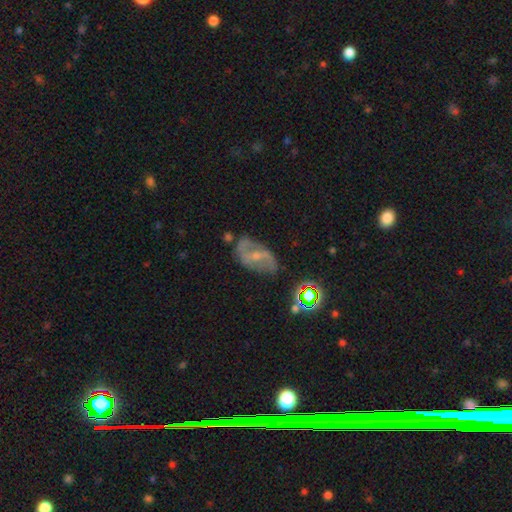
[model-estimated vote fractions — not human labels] Overall: featured or disk (69%). Edge-on disk: no (94%). Bar: weak (46%; no 28%). Spiral arms: yes (77%). Bulge size: small (64%; moderate 28%). Merging: none (62%; minor disturbance 24%).